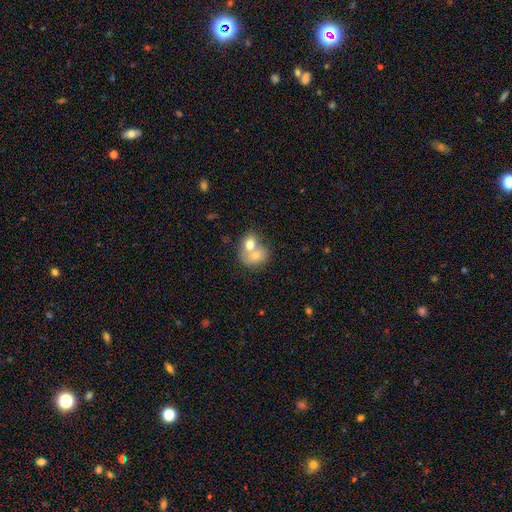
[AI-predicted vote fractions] Morphology: type=smooth (69%); roundness=in between (56%); merging=merger (72%).